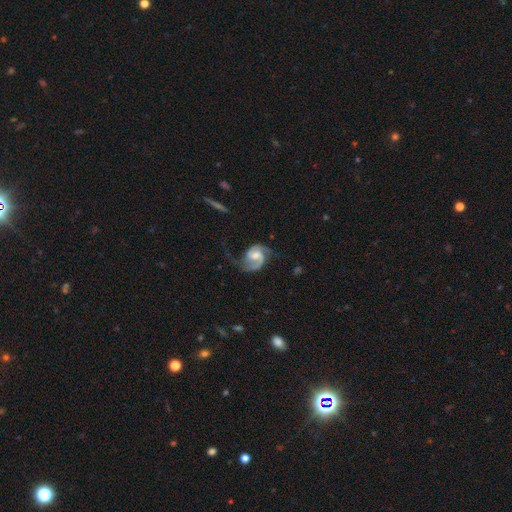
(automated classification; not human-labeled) A featured or disk galaxy (89%) with a weak bar (47%), 2 (89%) medium (54%) spiral arms (98%) and a moderate central bulge (55%). Merging: none (60%).